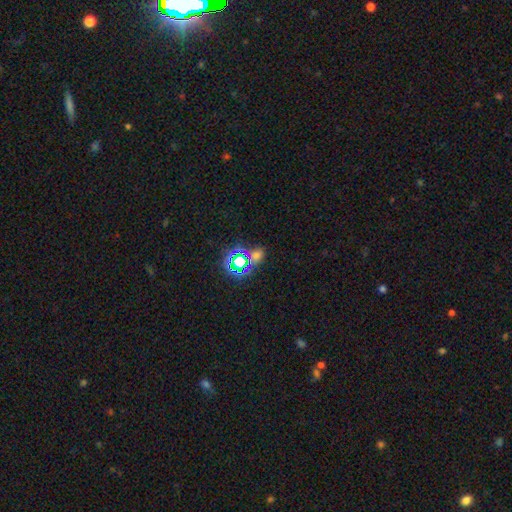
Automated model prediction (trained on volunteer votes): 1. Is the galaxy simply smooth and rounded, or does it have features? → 50% star or artifact, 42% smooth, 8% featured or disk.